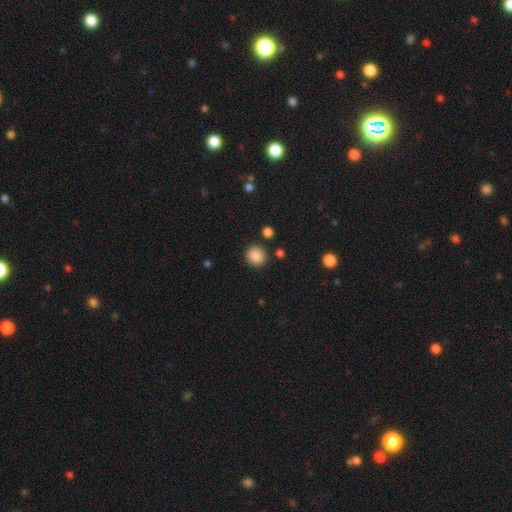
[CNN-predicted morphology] Smooth or featured? smooth (87%)
How rounded? round (90%)
Merging? none (88%)